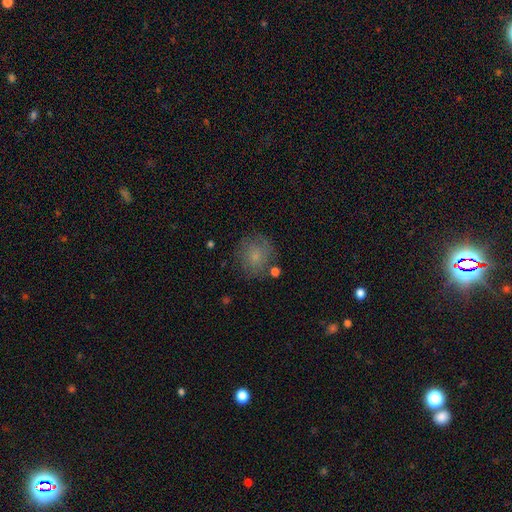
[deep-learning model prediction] Smooth or featured?
  - smooth: 72% *
  - featured or disk: 18%
  - star or artifact: 10%
How rounded?
  - round: 85% *
  - in between: 14%
  - cigar-shaped: 1%
Merging?
  - none: 72% *
  - minor disturbance: 17%
  - major disturbance: 7%
  - merger: 4%